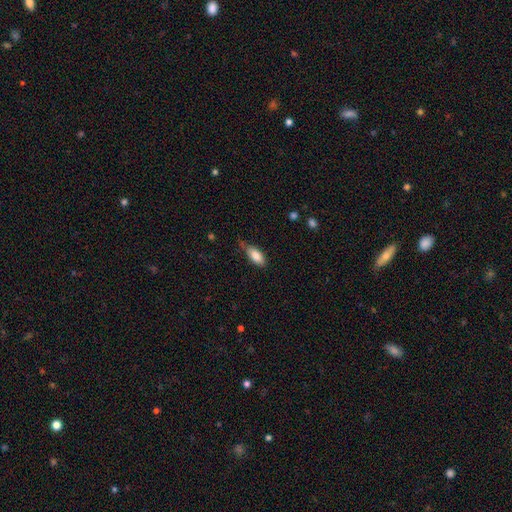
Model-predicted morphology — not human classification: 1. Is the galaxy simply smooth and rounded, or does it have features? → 82% smooth, 11% featured or disk, 7% star or artifact.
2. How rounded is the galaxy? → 85% in between, 13% cigar-shaped, 2% round.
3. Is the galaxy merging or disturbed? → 52% none, 36% minor disturbance, 9% major disturbance, 3% merger.